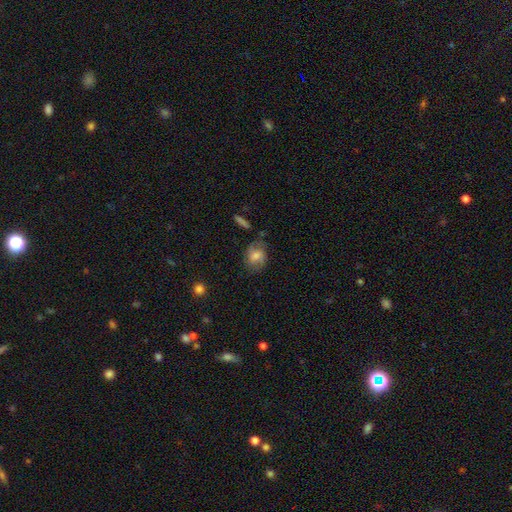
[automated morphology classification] Smooth or featured? smooth (52%)
How rounded? in between (52%)
Merging? none (65%)